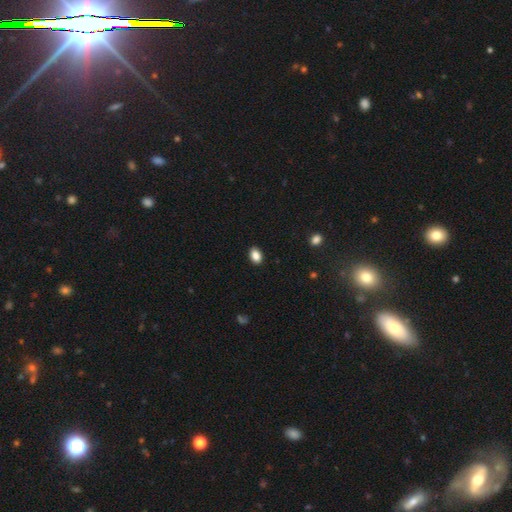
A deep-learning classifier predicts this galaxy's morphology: A smooth galaxy with no disk features (87%) that is in between round and cigar-shaped (83%). Merging: none (89%).